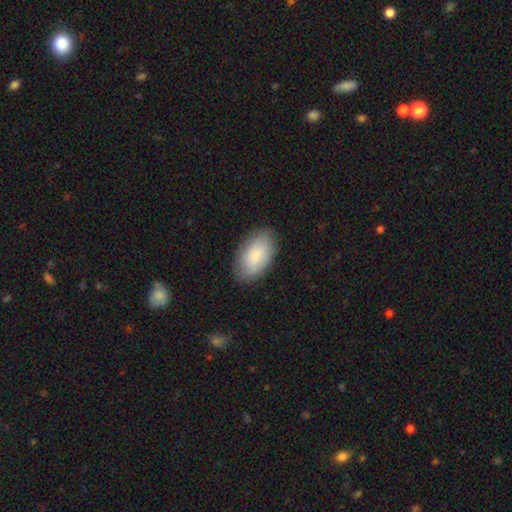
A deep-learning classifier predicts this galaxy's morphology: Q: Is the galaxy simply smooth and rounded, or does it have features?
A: smooth — 86%.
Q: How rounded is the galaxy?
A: in between — 95%.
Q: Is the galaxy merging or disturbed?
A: none — 85%.